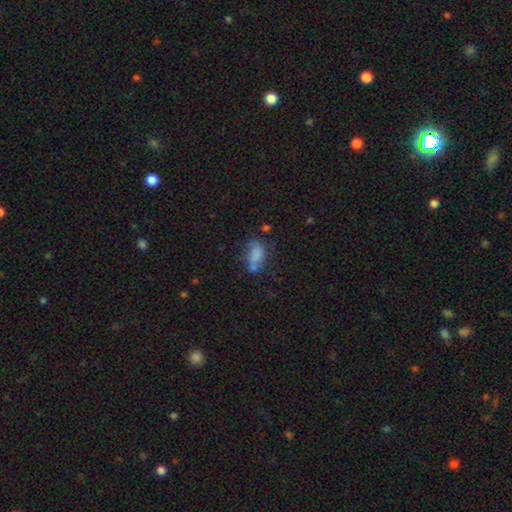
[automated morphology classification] The model was most divided on "merging": none: 43%, minor disturbance: 28%, major disturbance: 16%, merger: 14%. More confident: how rounded — in between (86%); smooth or featured — smooth (73%).